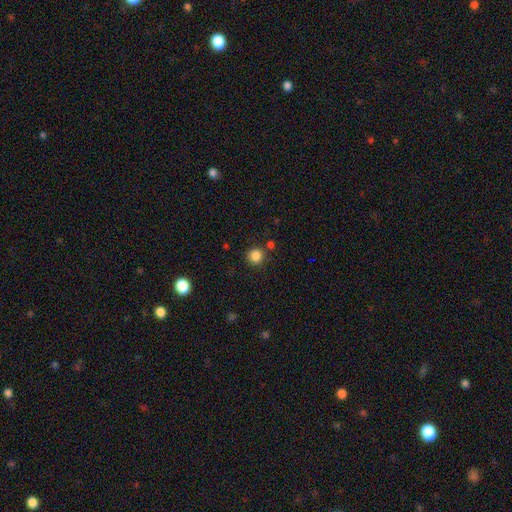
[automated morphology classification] This appears to be a smooth galaxy with no disk features (84%) that is round (92%). Merging: none (84%).